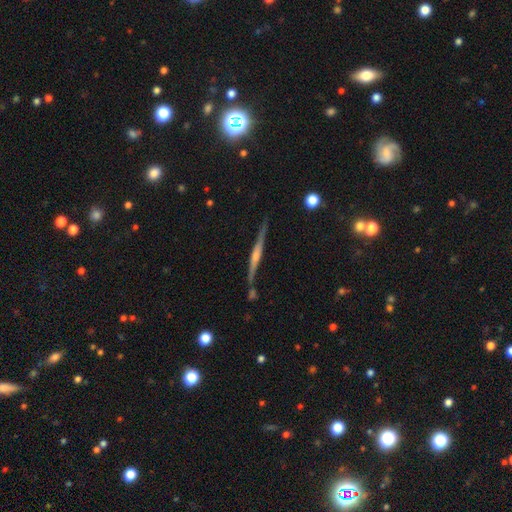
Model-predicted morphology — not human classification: Q: Smooth or featured?
A: featured or disk (79%); runner-up: smooth (12%)
Q: Edge-on disk?
A: yes (98%); runner-up: no (2%)
Q: Edge-on bulge?
A: rounded (64%); runner-up: none (21%)
Q: Merging?
A: none (86%); runner-up: minor disturbance (9%)